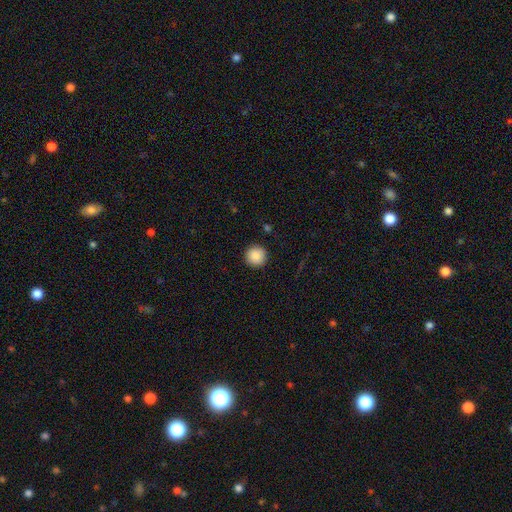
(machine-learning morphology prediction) Smooth or featured: smooth — 89% (star or artifact — 8%)
How rounded: round — 96% (in between — 3%)
Merging: none — 92% (minor disturbance — 5%)